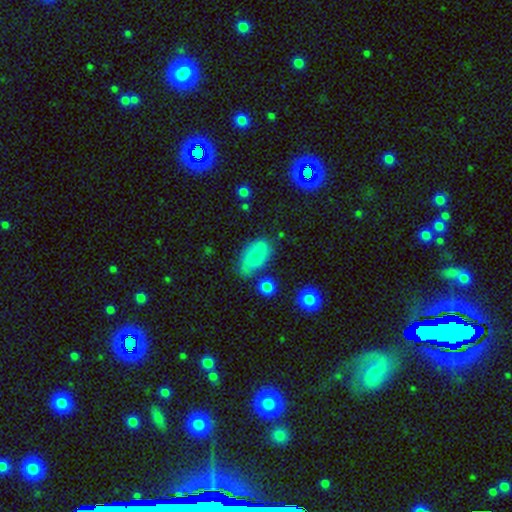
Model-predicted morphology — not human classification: Smooth or featured? smooth (71%)
How rounded? in between (91%)
Merging? none (55%)